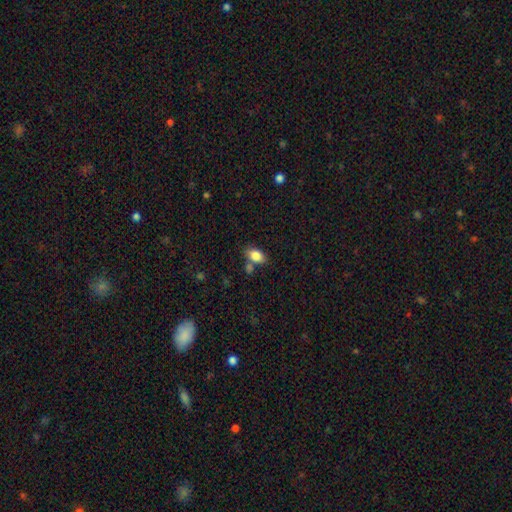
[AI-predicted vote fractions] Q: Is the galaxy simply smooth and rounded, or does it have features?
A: smooth — 85%.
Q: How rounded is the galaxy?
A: in between — 86%.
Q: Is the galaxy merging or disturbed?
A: none — 65%.